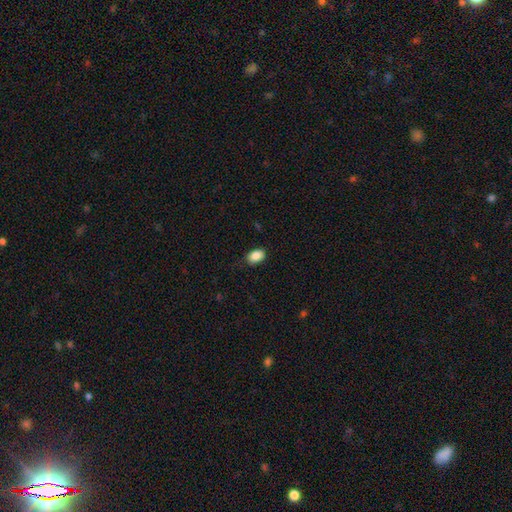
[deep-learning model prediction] Q: Smooth or featured?
A: smooth (88%); runner-up: star or artifact (8%)
Q: How rounded?
A: in between (85%); runner-up: round (14%)
Q: Merging?
A: none (83%); runner-up: minor disturbance (14%)